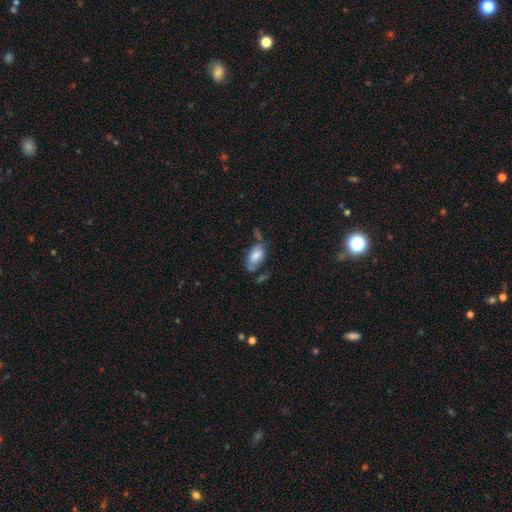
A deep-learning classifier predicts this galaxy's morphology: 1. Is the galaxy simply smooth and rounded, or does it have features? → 76% smooth, 17% featured or disk, 7% star or artifact.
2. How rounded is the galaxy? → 93% in between, 4% cigar-shaped, 3% round.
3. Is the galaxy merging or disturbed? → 46% none, 27% minor disturbance, 14% merger, 13% major disturbance.